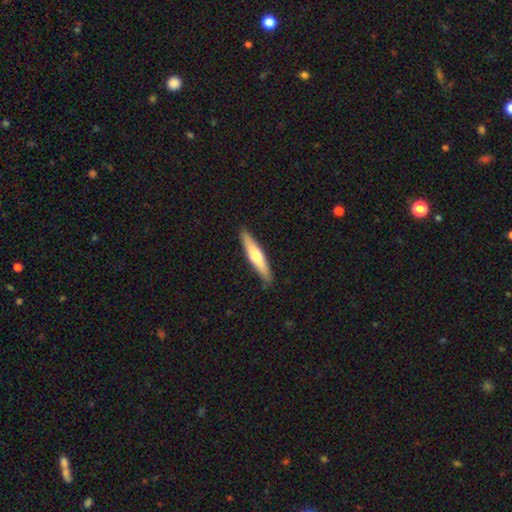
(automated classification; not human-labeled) Morphology: type=smooth (53%); roundness=cigar-shaped (85%); merging=none (88%).